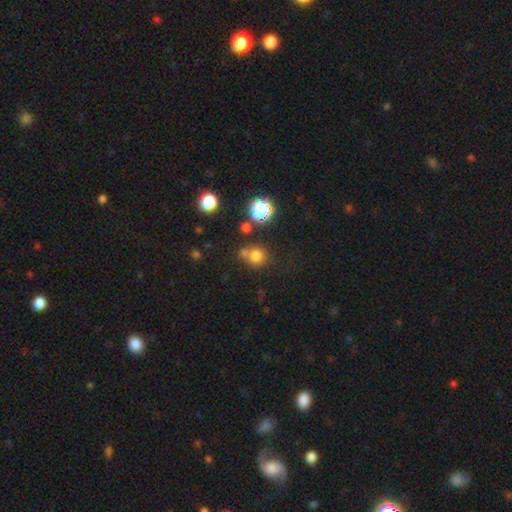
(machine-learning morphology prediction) Overall: smooth (73%). How rounded: round (88%). Merging: none (66%).